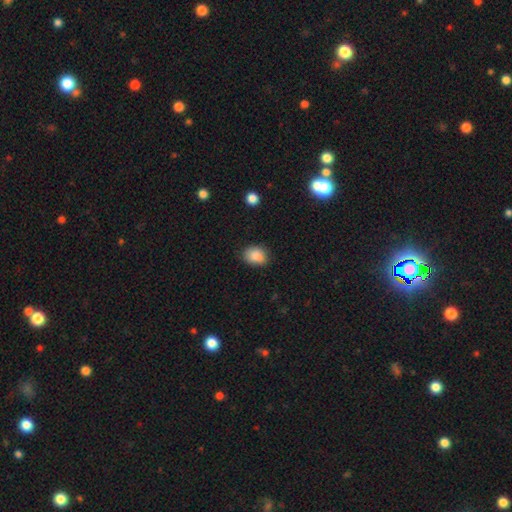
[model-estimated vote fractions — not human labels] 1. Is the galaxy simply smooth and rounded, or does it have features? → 86% smooth, 8% star or artifact, 5% featured or disk.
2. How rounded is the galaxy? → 66% in between, 33% round, 1% cigar-shaped.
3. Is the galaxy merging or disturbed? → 73% none, 21% minor disturbance, 4% major disturbance, 2% merger.